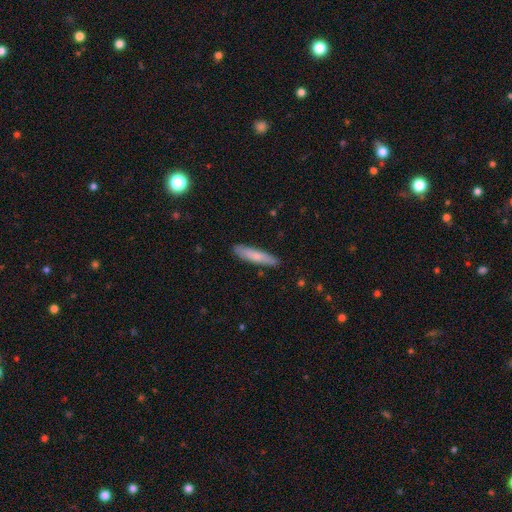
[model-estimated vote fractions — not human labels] Smooth or featured: smooth — 72% (featured or disk — 22%)
How rounded: cigar-shaped — 86% (in between — 13%)
Merging: none — 86% (minor disturbance — 11%)